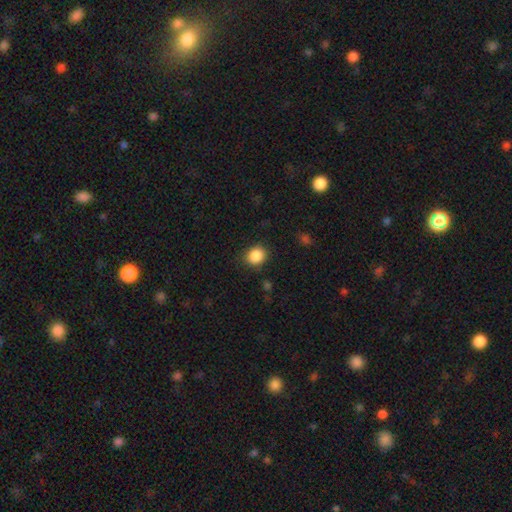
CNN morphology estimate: smooth 87%, star or artifact 10%, featured or disk 4%. Down the decision tree: how rounded — round (73%); merging — none (85%).